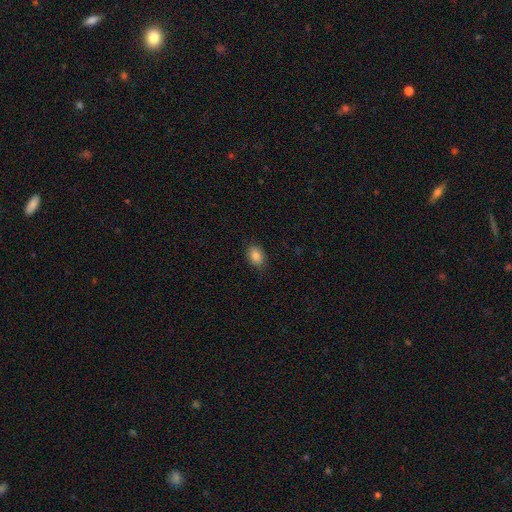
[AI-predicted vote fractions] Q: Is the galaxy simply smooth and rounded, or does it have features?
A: smooth — 86%.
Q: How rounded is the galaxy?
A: in between — 76%.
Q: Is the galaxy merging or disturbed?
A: none — 85%.